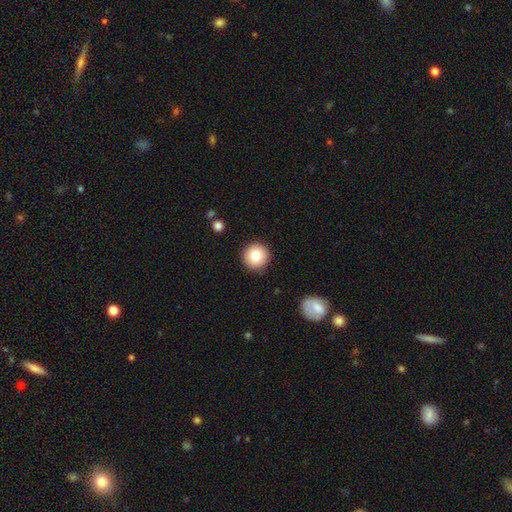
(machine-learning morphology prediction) A smooth galaxy with no disk features (79%) that is round (95%). Merging: none (91%).